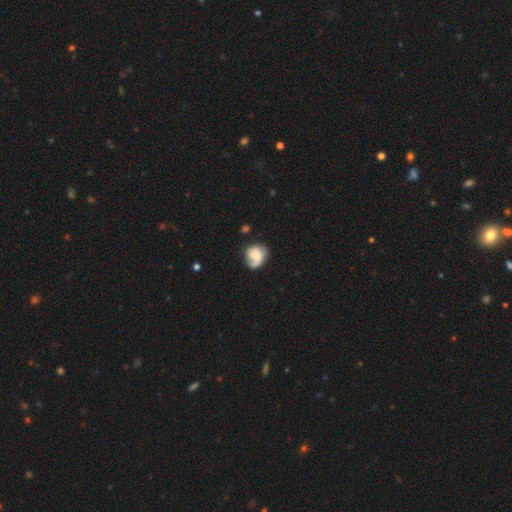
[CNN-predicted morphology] Overall: smooth (53%; featured or disk 40%). How rounded: round (67%; in between 33%). Merging: none (51%; minor disturbance 28%).